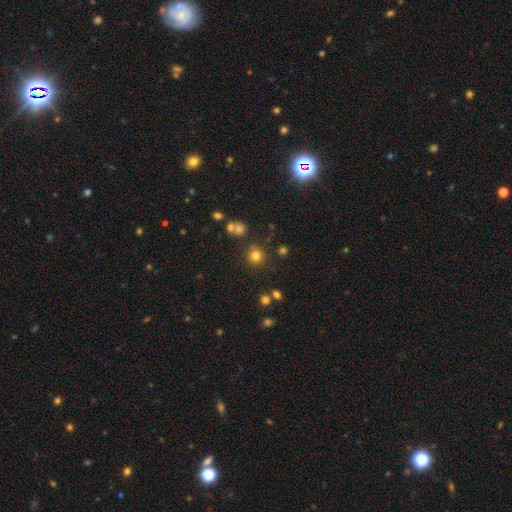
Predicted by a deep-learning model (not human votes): Q: Smooth or featured?
A: smooth (76%); runner-up: star or artifact (17%)
Q: How rounded?
A: round (93%); runner-up: in between (6%)
Q: Merging?
A: none (82%); runner-up: minor disturbance (8%)